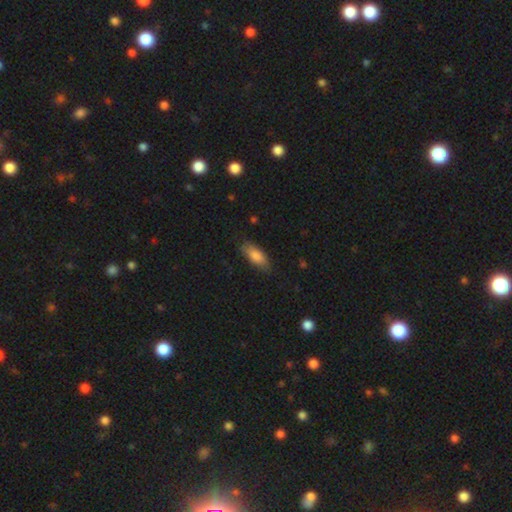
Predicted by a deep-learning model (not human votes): Smooth or featured? Predicted: smooth (p=0.82). How rounded? Predicted: in between (p=0.78). Merging? Predicted: none (p=0.77).